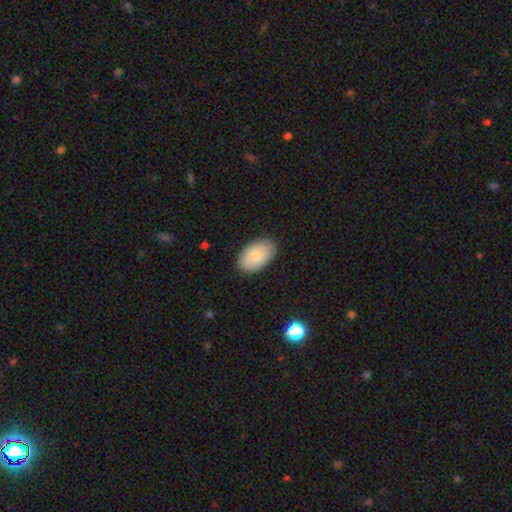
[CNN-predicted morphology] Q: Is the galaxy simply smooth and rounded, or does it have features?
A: smooth — 80%.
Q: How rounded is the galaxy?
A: in between — 94%.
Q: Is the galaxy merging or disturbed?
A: none — 86%.